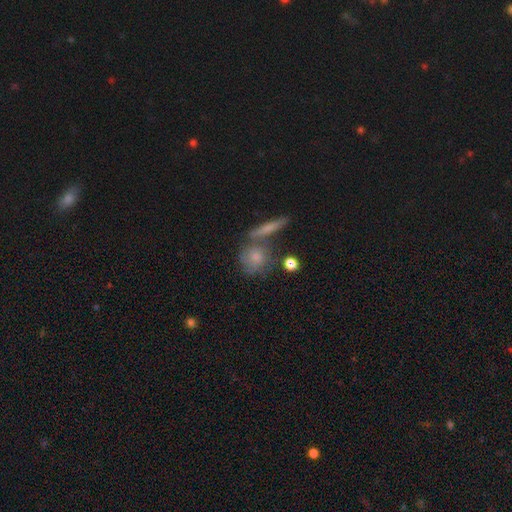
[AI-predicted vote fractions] The model was most divided on "smooth or featured": smooth: 56%, featured or disk: 30%, star or artifact: 14%. More confident: how rounded — round (70%); merging — none (60%).